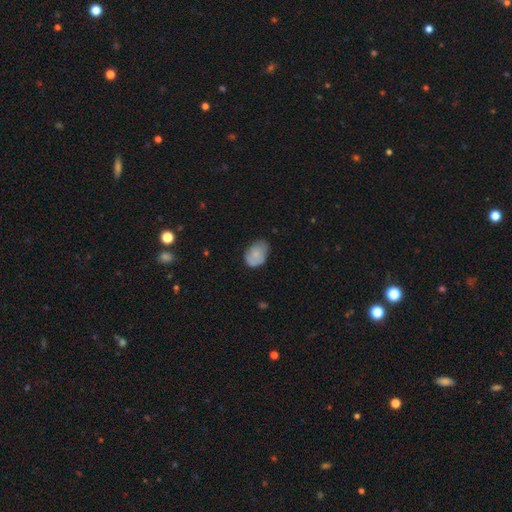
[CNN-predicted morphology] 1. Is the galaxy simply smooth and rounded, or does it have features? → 76% smooth, 17% featured or disk, 7% star or artifact.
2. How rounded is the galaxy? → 77% in between, 22% round, 1% cigar-shaped.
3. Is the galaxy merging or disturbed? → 56% none, 33% minor disturbance, 8% major disturbance, 2% merger.